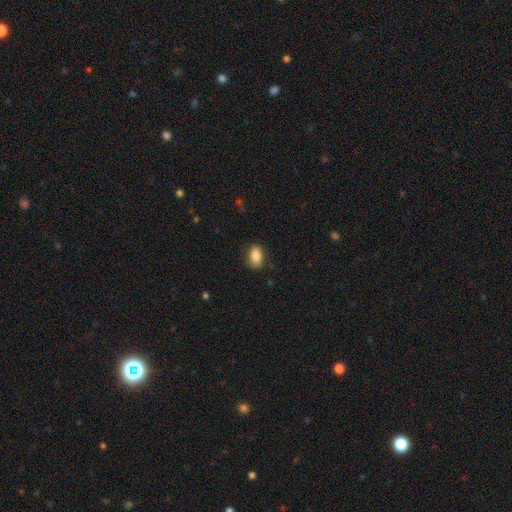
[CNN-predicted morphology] Smooth or featured: smooth — 85% (star or artifact — 8%)
How rounded: in between — 87% (round — 12%)
Merging: none — 82% (minor disturbance — 13%)